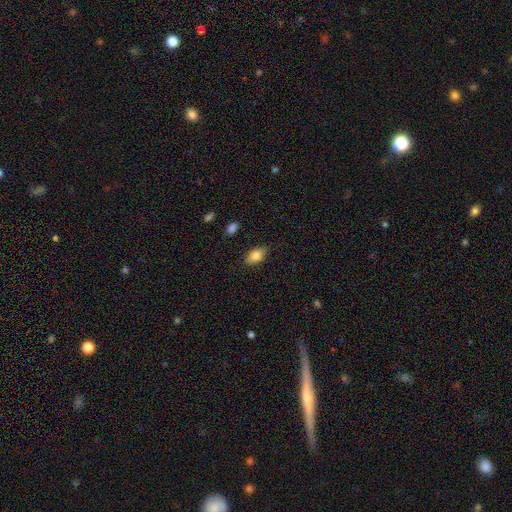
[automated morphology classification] type=smooth (82%); roundness=in between (87%); merging=none (83%).